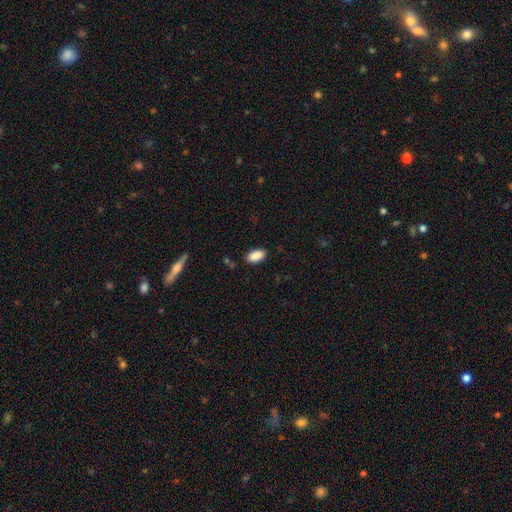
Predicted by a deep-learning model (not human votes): The model was most divided on "merging": none: 86%, minor disturbance: 10%, major disturbance: 2%, merger: 2%. More confident: how rounded — in between (92%); smooth or featured — smooth (89%).